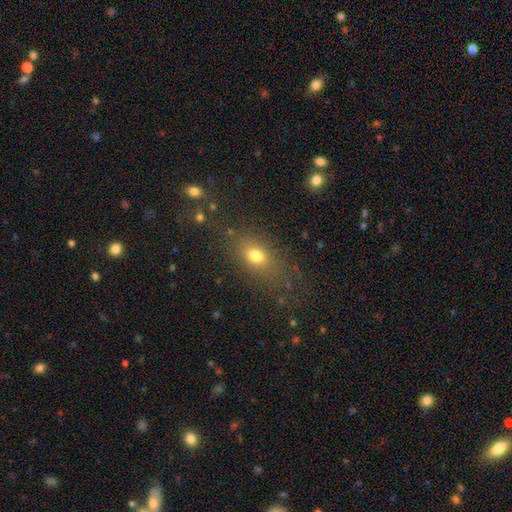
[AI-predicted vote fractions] smooth_or_featured: smooth (p=0.73) [alt: star or artifact p=0.15]
how_rounded: in between (p=0.72) [alt: round p=0.23]
merging: none (p=0.76) [alt: minor disturbance p=0.13]